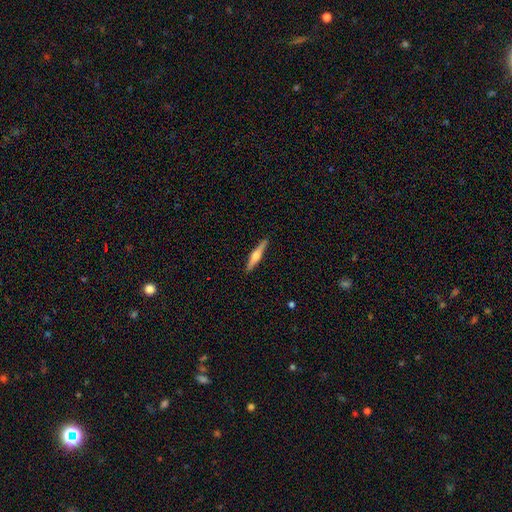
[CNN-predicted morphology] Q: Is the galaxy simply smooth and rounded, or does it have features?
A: featured or disk — 56%.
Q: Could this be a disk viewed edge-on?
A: yes — 97%.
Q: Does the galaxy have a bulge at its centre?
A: rounded — 83%.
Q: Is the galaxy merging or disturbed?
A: none — 90%.